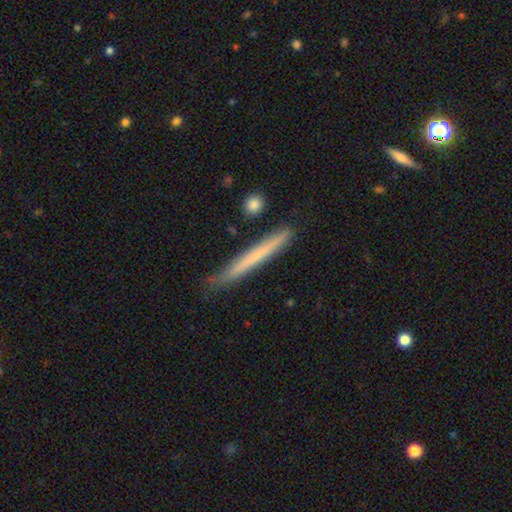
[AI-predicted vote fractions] smooth-or-featured: smooth: 61% | featured or disk: 34% | star or artifact: 6%
  how-rounded: cigar-shaped: 97% | in between: 2% | round: 1%
  merging: none: 83% | minor disturbance: 13% | merger: 2% | major disturbance: 2%